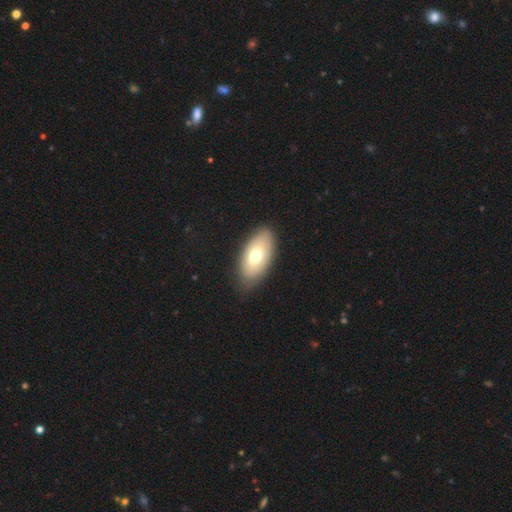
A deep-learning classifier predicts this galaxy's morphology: smooth 67%, featured or disk 26%, star or artifact 6%. Down the decision tree: how rounded — in between (93%); merging — none (83%).